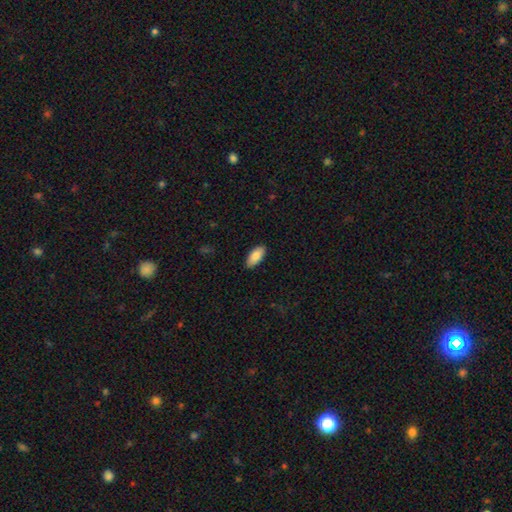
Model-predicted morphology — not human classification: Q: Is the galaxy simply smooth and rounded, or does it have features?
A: smooth — 83%.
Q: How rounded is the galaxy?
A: in between — 90%.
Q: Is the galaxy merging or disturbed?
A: none — 88%.